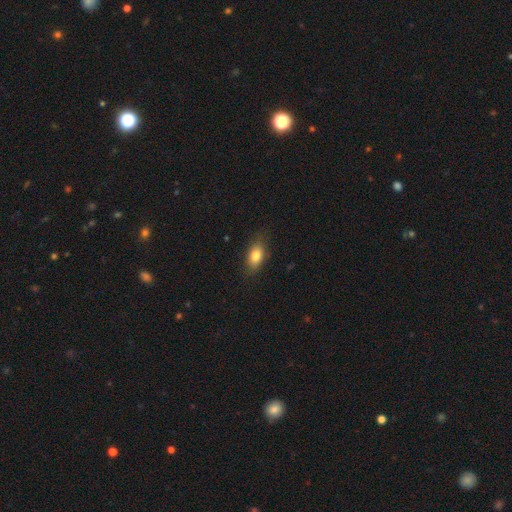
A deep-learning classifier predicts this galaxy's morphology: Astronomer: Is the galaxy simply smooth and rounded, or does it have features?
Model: smooth — 80%.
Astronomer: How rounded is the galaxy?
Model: in between — 85%.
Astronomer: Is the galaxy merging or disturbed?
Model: none — 81%.